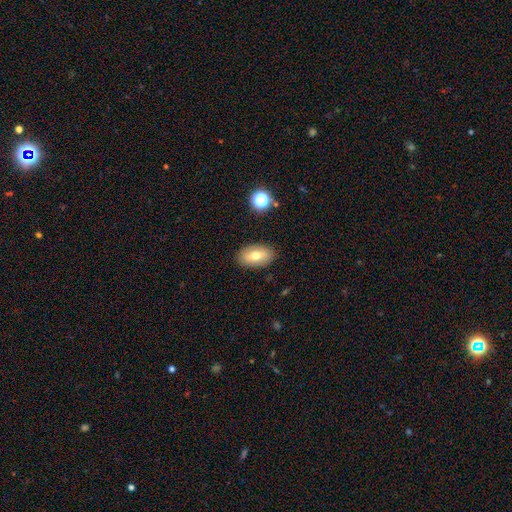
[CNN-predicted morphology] Smooth or featured: smooth — 72% (featured or disk — 20%)
How rounded: in between — 91% (round — 7%)
Merging: none — 87% (minor disturbance — 9%)